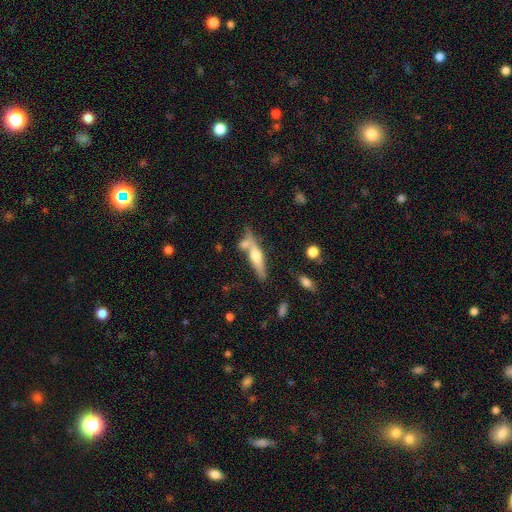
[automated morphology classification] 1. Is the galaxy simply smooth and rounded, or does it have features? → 56% featured or disk, 37% smooth, 7% star or artifact.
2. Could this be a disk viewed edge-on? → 92% yes, 8% no.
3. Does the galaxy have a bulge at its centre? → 88% rounded, 6% boxy, 5% none.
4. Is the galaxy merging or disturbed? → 59% none, 21% merger, 16% minor disturbance, 5% major disturbance.